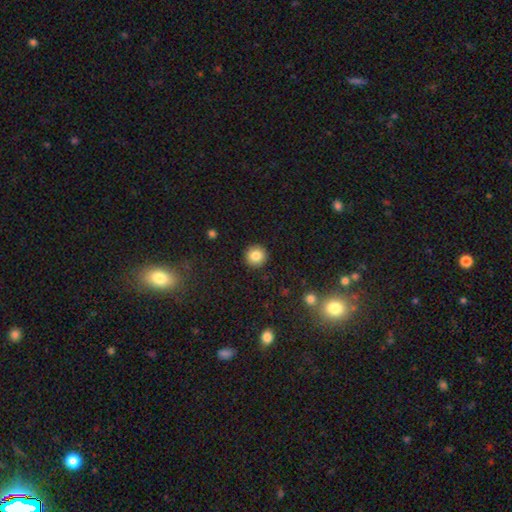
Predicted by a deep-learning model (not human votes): A smooth galaxy with no disk features (84%) that is round (95%). Merging: none (92%).